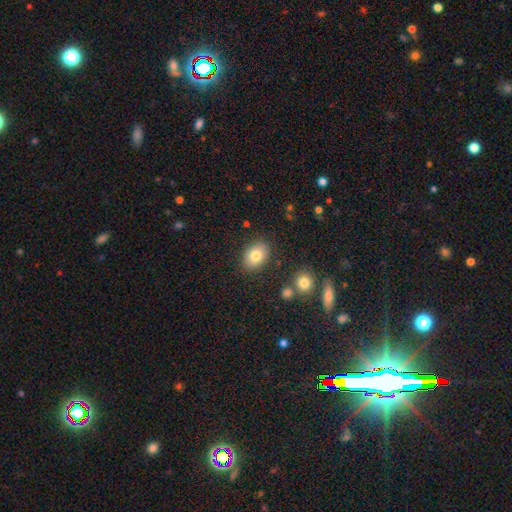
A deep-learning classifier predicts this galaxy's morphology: smooth-or-featured: smooth: 81% | featured or disk: 11% | star or artifact: 8%
  how-rounded: in between: 79% | round: 20% | cigar-shaped: 1%
  merging: none: 85% | minor disturbance: 10% | major disturbance: 3% | merger: 2%